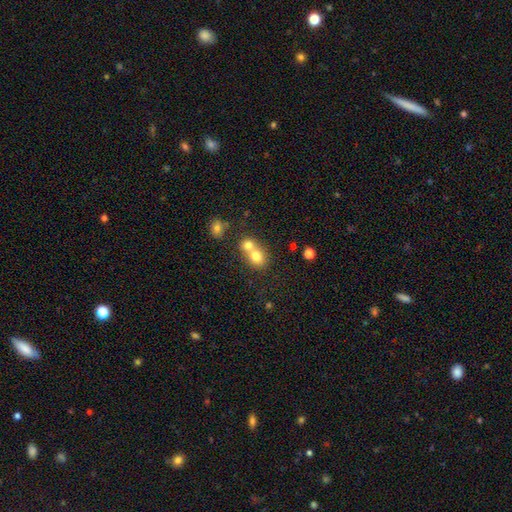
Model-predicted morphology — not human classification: Q: Smooth or featured?
A: smooth (76%); runner-up: featured or disk (14%)
Q: How rounded?
A: round (64%); runner-up: in between (35%)
Q: Merging?
A: merger (64%); runner-up: none (28%)